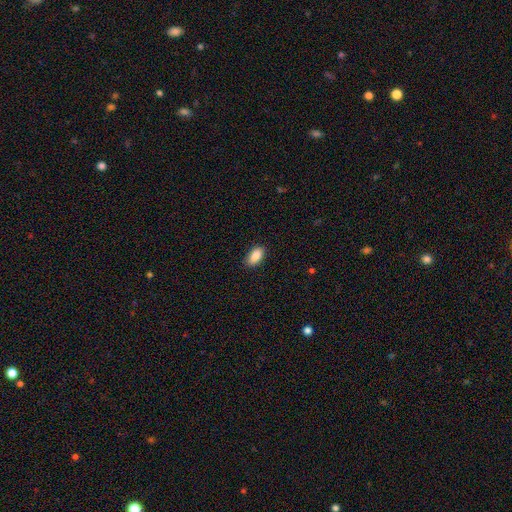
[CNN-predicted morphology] Smooth or featured? smooth (88%)
How rounded? in between (92%)
Merging? none (86%)